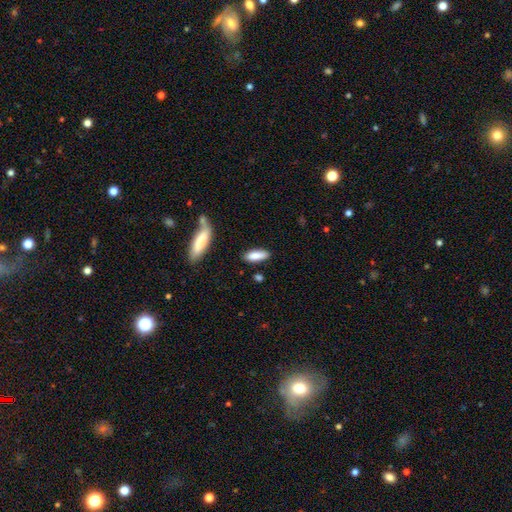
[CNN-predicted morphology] smooth_or_featured: smooth (p=0.85) [alt: featured or disk p=0.09]
how_rounded: in between (p=0.59) [alt: cigar-shaped p=0.40]
merging: none (p=0.80) [alt: minor disturbance p=0.13]